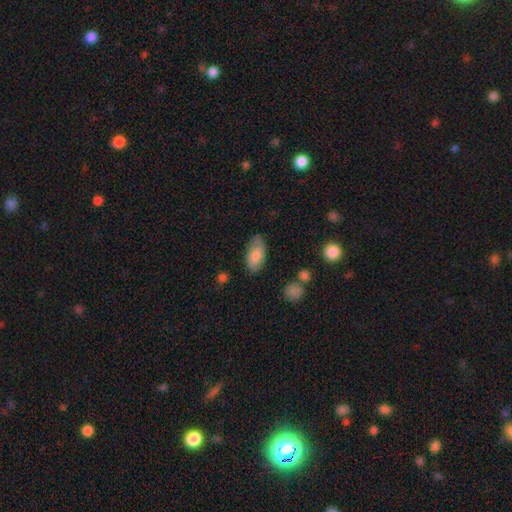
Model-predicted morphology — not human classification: smooth 80%, featured or disk 14%, star or artifact 6%. Down the decision tree: how rounded — in between (92%); merging — none (77%).